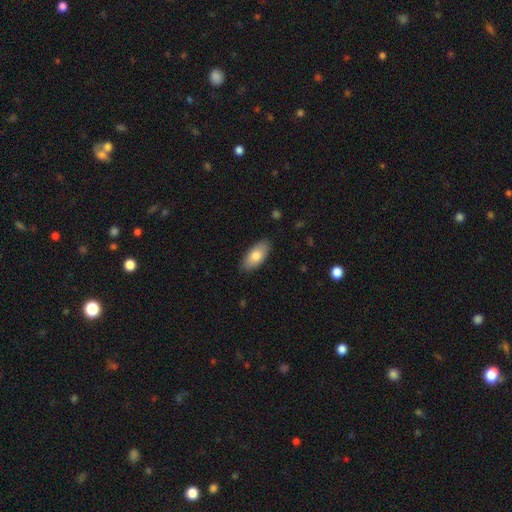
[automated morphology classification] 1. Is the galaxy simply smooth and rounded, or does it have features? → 79% smooth, 15% featured or disk, 6% star or artifact.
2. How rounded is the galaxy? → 90% in between, 8% cigar-shaped, 2% round.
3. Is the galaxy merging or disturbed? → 87% none, 10% minor disturbance, 2% major disturbance, 1% merger.